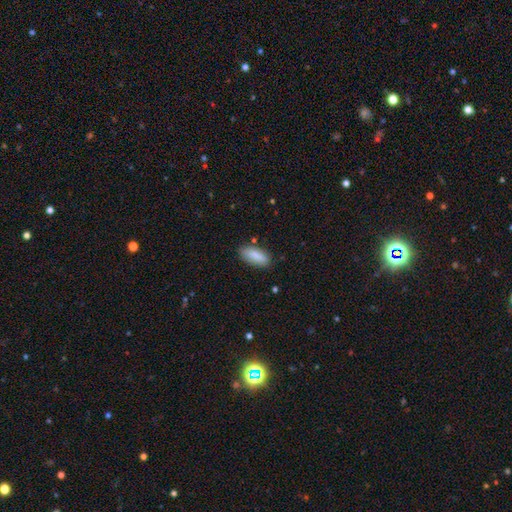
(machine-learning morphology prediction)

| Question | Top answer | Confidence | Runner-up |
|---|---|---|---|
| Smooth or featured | smooth | 87% | featured or disk (7%) |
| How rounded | in between | 78% | cigar-shaped (20%) |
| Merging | none | 82% | minor disturbance (13%) |